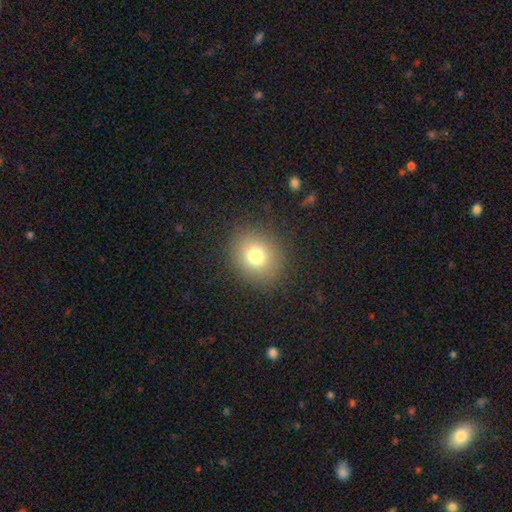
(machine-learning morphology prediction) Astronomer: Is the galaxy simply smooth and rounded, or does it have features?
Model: smooth — 75%.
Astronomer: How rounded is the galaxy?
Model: round — 78%.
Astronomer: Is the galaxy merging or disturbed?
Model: none — 88%.